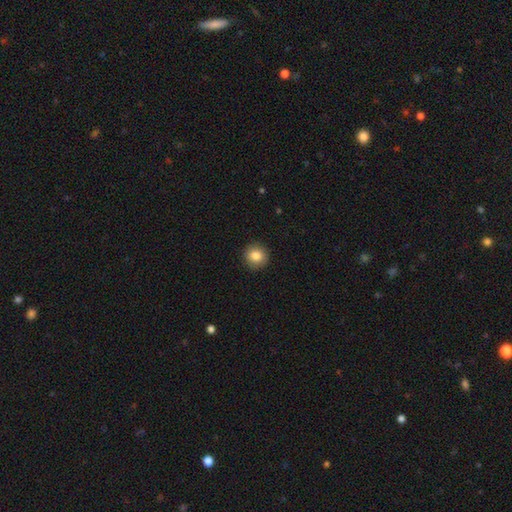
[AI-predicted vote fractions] smooth_or_featured: smooth (p=0.85) [alt: star or artifact p=0.09]
how_rounded: round (p=0.93) [alt: in between p=0.06]
merging: none (p=0.92) [alt: minor disturbance p=0.06]